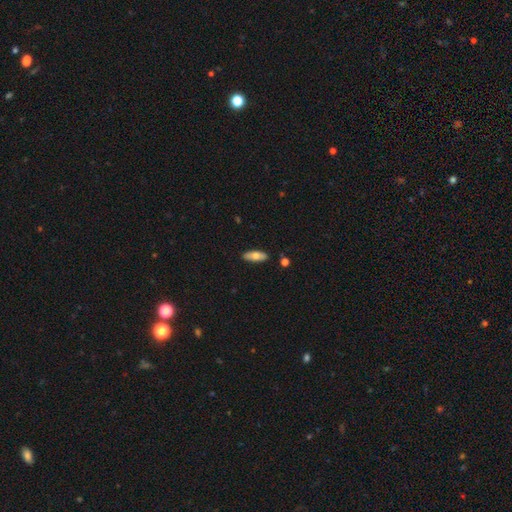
This appears to be a smooth galaxy with no disk features (69%) that is in between round and cigar-shaped (67%). Merging: none (86%).